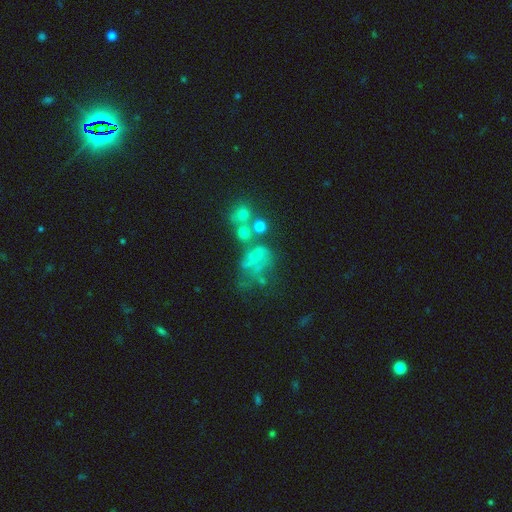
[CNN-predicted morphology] smooth_or_featured: star or artifact (p=0.39) [alt: featured or disk p=0.36]